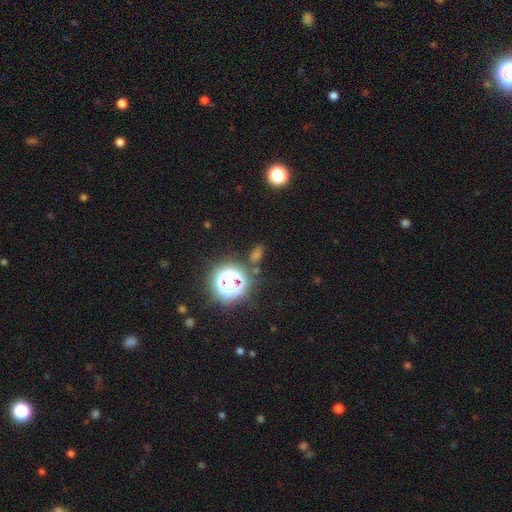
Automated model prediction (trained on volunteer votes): The model was most divided on "smooth or featured": star or artifact: 50%, smooth: 41%, featured or disk: 9%.